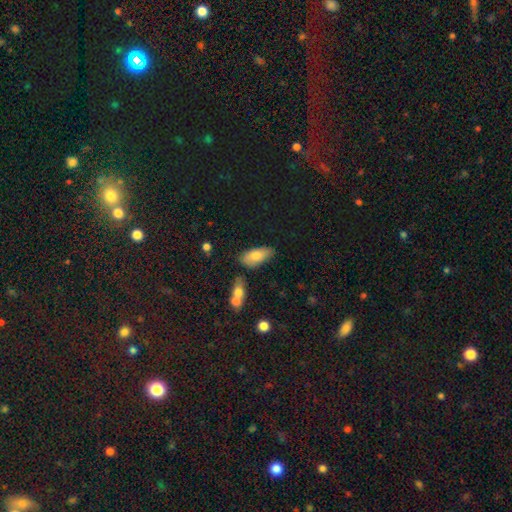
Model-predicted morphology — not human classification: Smooth or featured?
  - smooth: 76% *
  - featured or disk: 16%
  - star or artifact: 8%
How rounded?
  - in between: 85% *
  - cigar-shaped: 12%
  - round: 3%
Merging?
  - none: 69% *
  - minor disturbance: 19%
  - merger: 7%
  - major disturbance: 4%